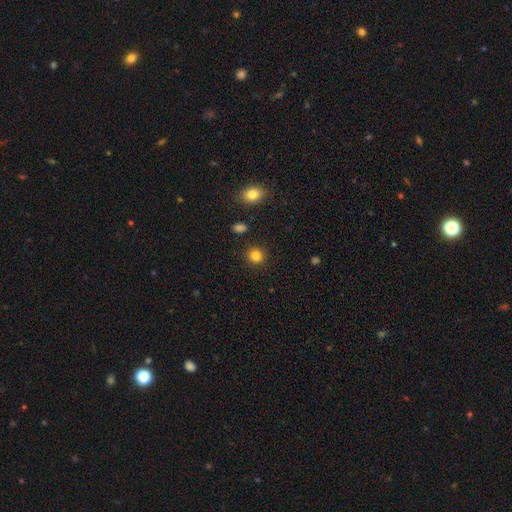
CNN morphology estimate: The model was most divided on "smooth or featured": smooth: 84%, star or artifact: 11%, featured or disk: 5%. More confident: merging — none (90%); how rounded — round (87%).